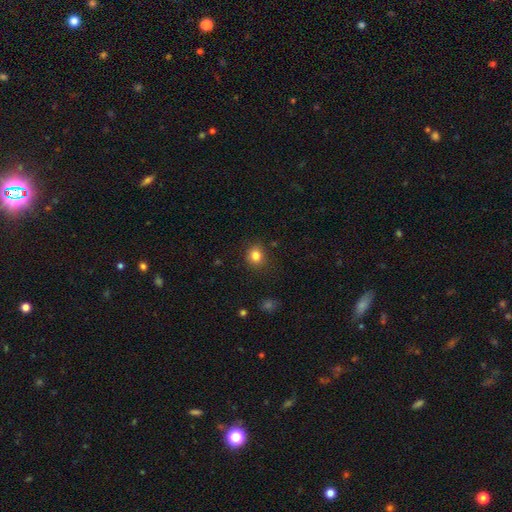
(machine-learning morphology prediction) smooth 83%, star or artifact 12%, featured or disk 6%. Down the decision tree: how rounded — round (76%); merging — none (85%).